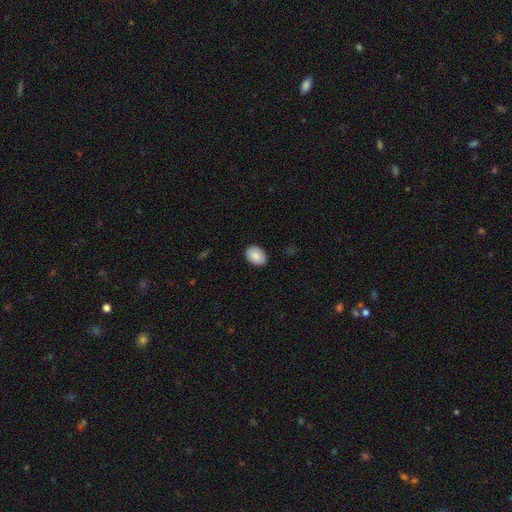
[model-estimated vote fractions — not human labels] Smooth or featured? Predicted: smooth (p=0.84). How rounded? Predicted: in between (p=0.78). Merging? Predicted: none (p=0.88).